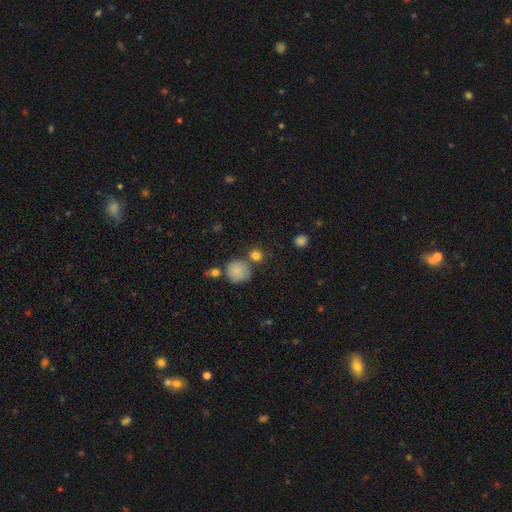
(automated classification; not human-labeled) Q: Smooth or featured?
A: smooth (81%); runner-up: star or artifact (13%)
Q: How rounded?
A: round (87%); runner-up: in between (12%)
Q: Merging?
A: none (66%); runner-up: merger (19%)